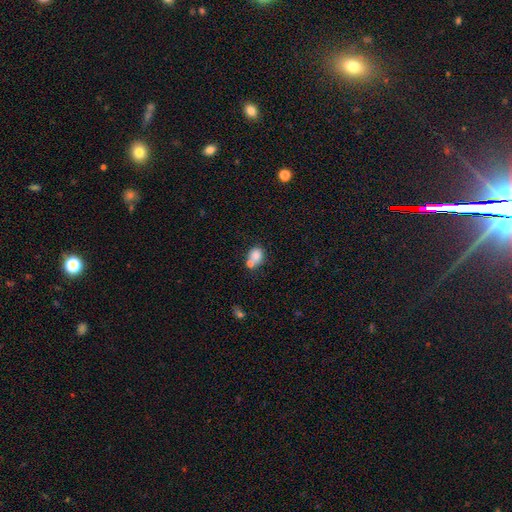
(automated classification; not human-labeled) Smooth or featured: smooth — 80% (featured or disk — 10%)
How rounded: round — 56% (in between — 43%)
Merging: merger — 43% (none — 40%)